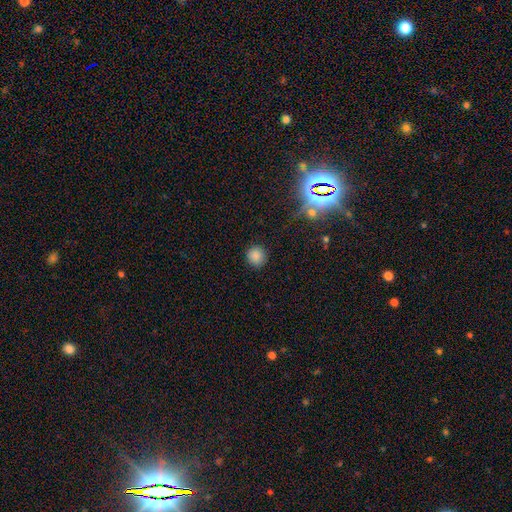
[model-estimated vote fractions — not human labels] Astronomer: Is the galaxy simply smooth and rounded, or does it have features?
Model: smooth — 84%.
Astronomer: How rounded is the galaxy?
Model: round — 92%.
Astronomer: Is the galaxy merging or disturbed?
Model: none — 90%.